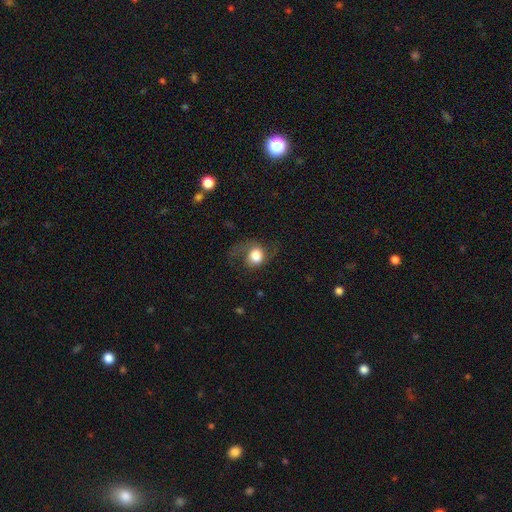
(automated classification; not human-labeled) Smooth or featured? smooth (55%)
How rounded? round (68%)
Merging? none (47%)